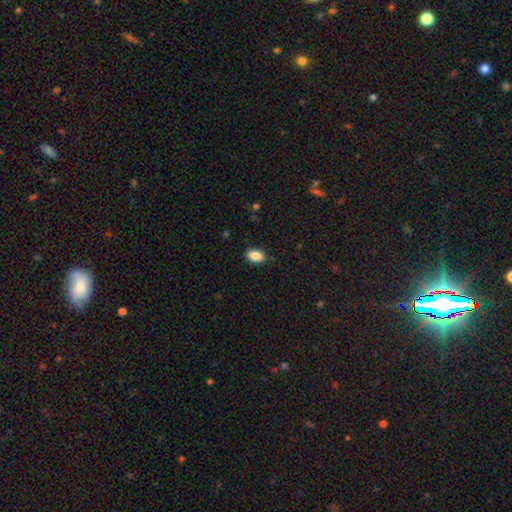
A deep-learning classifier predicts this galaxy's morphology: Smooth or featured?
  - smooth: 88% *
  - star or artifact: 8%
  - featured or disk: 4%
How rounded?
  - in between: 88% *
  - round: 10%
  - cigar-shaped: 2%
Merging?
  - none: 86% *
  - minor disturbance: 10%
  - major disturbance: 2%
  - merger: 1%